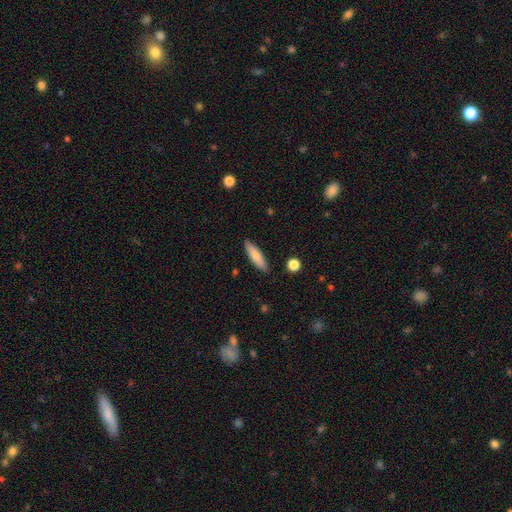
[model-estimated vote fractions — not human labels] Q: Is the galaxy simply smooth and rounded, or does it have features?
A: smooth — 73%.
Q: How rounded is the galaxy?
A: cigar-shaped — 68%.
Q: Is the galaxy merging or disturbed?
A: none — 88%.